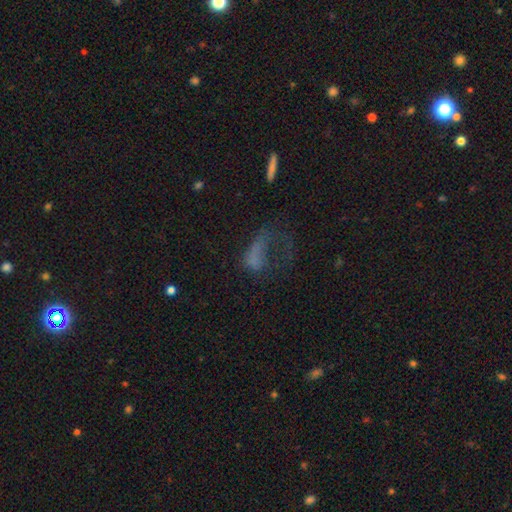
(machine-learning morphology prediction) Overall: smooth (46%; featured or disk 36%). Merging: major disturbance (60%; none 23%).